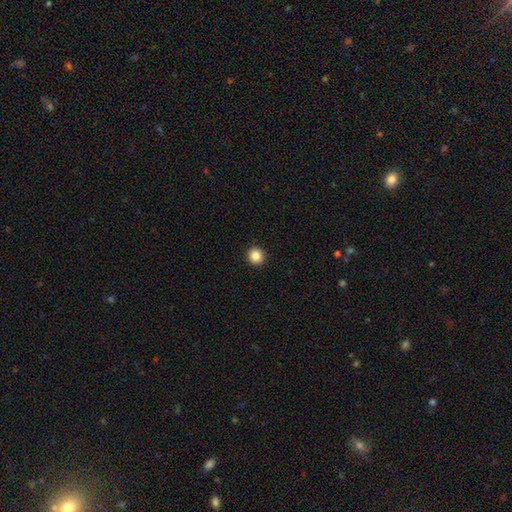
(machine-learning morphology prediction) Smooth or featured: smooth — 86% (star or artifact — 10%)
How rounded: round — 93% (in between — 6%)
Merging: none — 93% (minor disturbance — 4%)